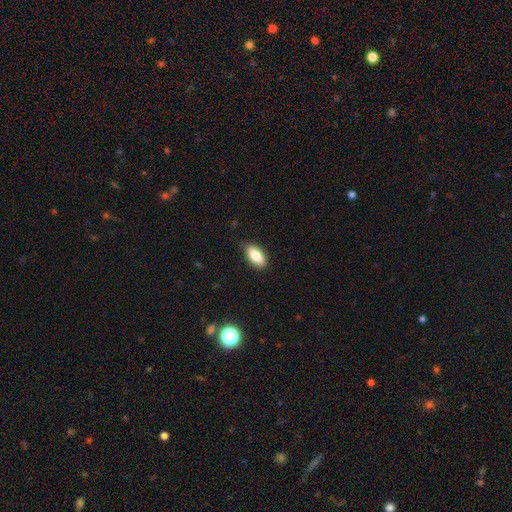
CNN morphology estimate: smooth-or-featured: smooth: 82% | featured or disk: 11% | star or artifact: 7%
  how-rounded: in between: 90% | cigar-shaped: 7% | round: 3%
  merging: none: 86% | minor disturbance: 11% | major disturbance: 2% | merger: 1%